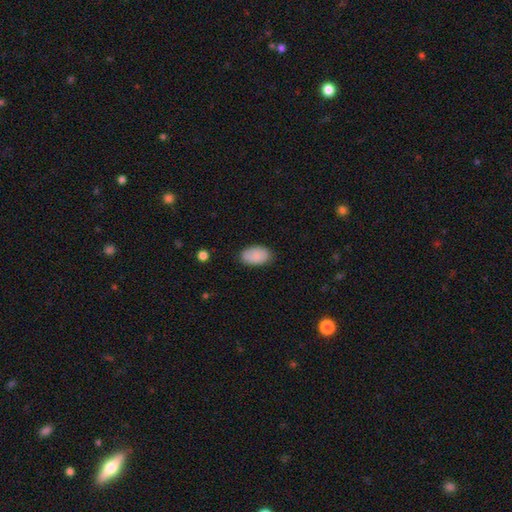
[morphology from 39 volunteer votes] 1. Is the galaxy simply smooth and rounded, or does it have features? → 87% smooth, 8% featured or disk, 5% star or artifact.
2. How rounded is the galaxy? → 94% in between, 6% round, 0% cigar-shaped.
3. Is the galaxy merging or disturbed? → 73% none, 19% minor disturbance, 5% merger, 3% major disturbance.